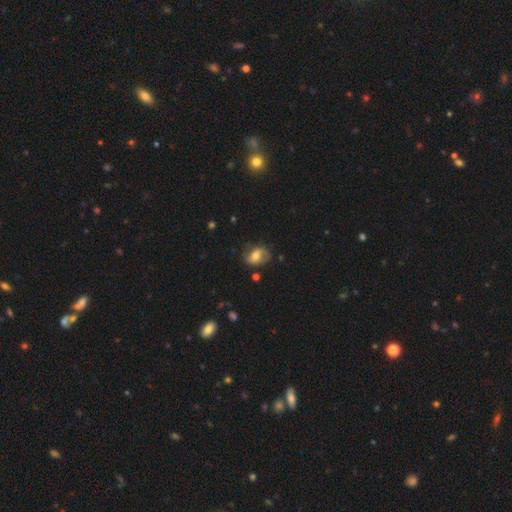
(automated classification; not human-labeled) smooth-or-featured: smooth: 52% | featured or disk: 39% | star or artifact: 9%
  how-rounded: in between: 69% | round: 29% | cigar-shaped: 2%
  merging: none: 66% | minor disturbance: 23% | major disturbance: 8% | merger: 2%